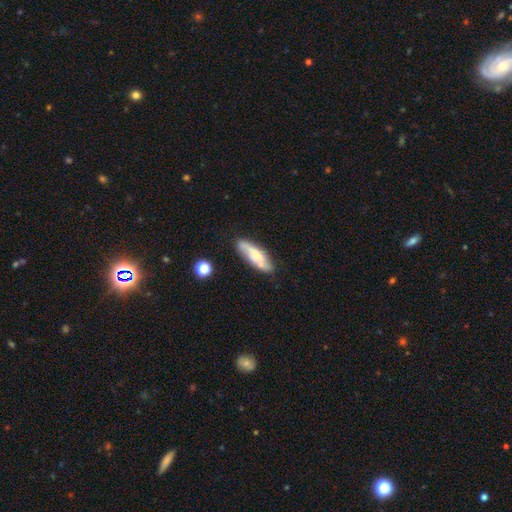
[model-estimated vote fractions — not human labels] Smooth or featured? smooth (49%)
Merging? none (72%)